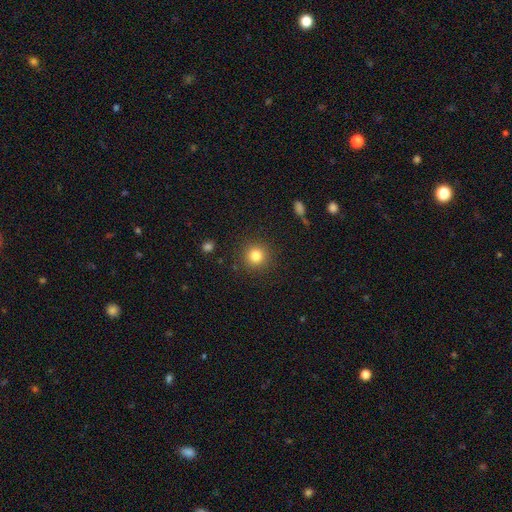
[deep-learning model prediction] A smooth galaxy with no disk features (82%) that is round (94%). Merging: none (90%).